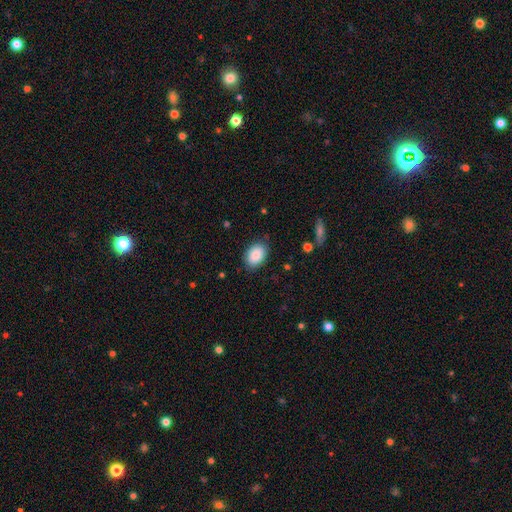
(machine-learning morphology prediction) type=smooth (88%); roundness=in between (84%); merging=none (83%).